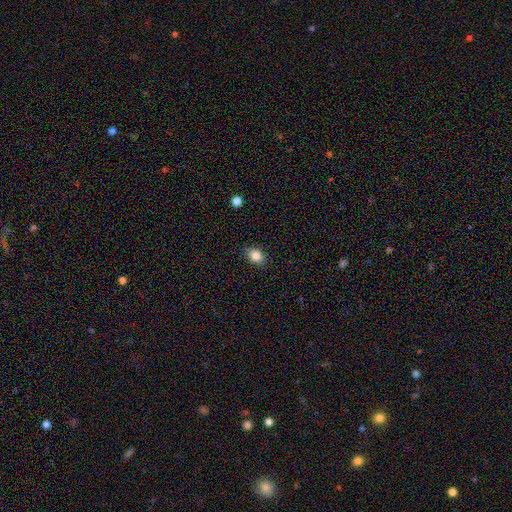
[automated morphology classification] Q: Smooth or featured?
A: smooth (84%); runner-up: star or artifact (10%)
Q: How rounded?
A: in between (65%); runner-up: round (34%)
Q: Merging?
A: none (86%); runner-up: minor disturbance (10%)